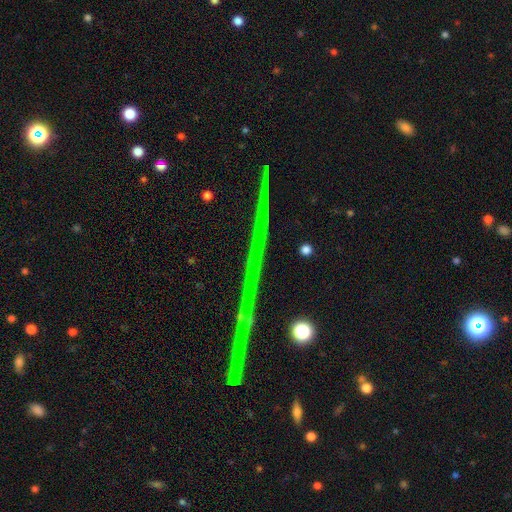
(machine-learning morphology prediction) This is possibly a star or artifact rather than a galaxy (46%).